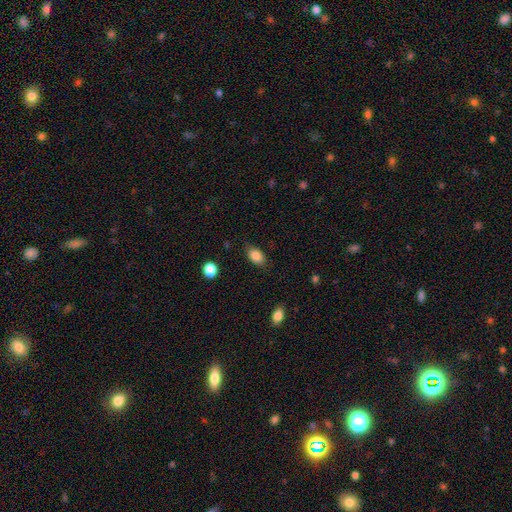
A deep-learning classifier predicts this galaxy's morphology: The model was most divided on "merging": none: 80%, minor disturbance: 15%, major disturbance: 4%, merger: 1%. More confident: how rounded — in between (87%); smooth or featured — smooth (85%).